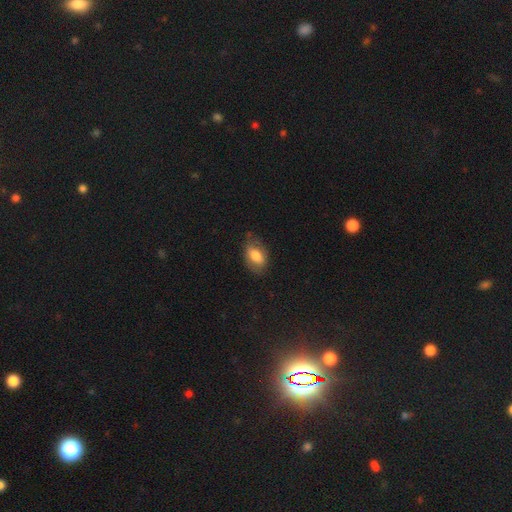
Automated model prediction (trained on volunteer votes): This appears to be a smooth galaxy with no disk features (74%) that is in between round and cigar-shaped (87%). Merging: none (64%).